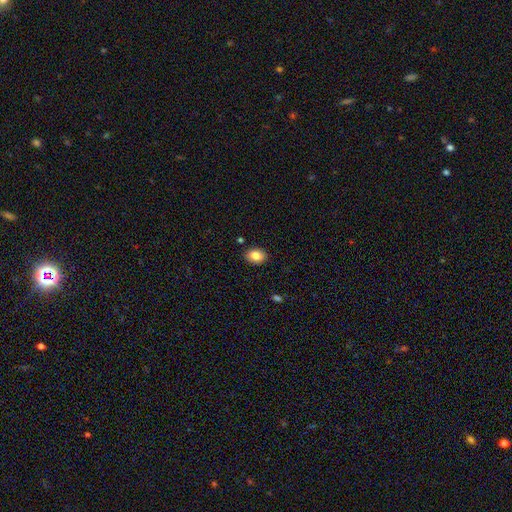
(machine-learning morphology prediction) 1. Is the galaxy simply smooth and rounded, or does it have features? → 85% smooth, 8% star or artifact, 7% featured or disk.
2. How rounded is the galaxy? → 79% in between, 20% round, 1% cigar-shaped.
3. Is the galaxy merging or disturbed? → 89% none, 8% minor disturbance, 2% major disturbance, 2% merger.